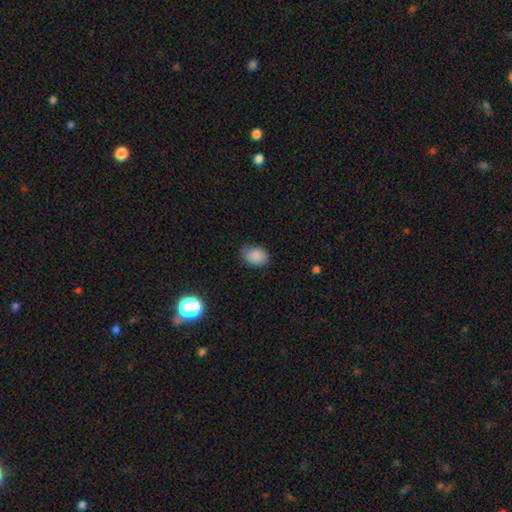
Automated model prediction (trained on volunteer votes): Smooth or featured? Predicted: smooth (p=0.86). How rounded? Predicted: in between (p=0.73). Merging? Predicted: none (p=0.70).